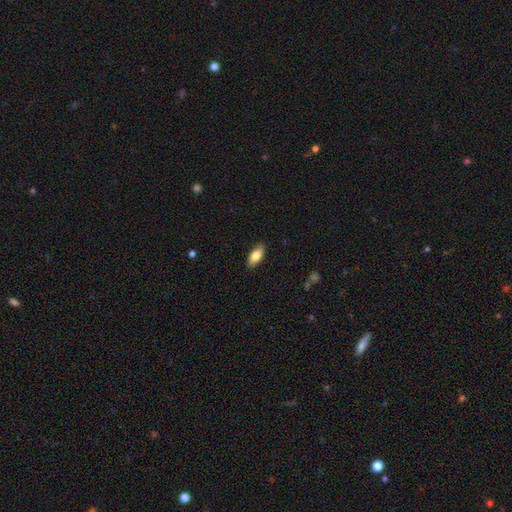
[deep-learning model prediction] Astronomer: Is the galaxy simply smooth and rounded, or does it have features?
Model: smooth — 80%.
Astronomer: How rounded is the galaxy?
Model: in between — 85%.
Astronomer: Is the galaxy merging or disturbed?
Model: none — 88%.